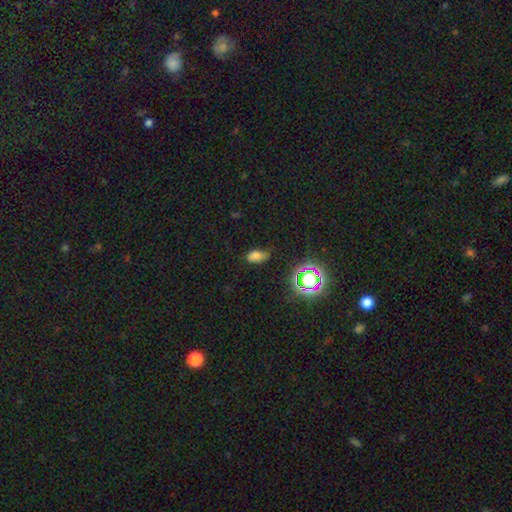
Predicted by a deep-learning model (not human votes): Smooth or featured: smooth — 71% (star or artifact — 21%)
How rounded: in between — 87% (round — 9%)
Merging: none — 59% (minor disturbance — 29%)